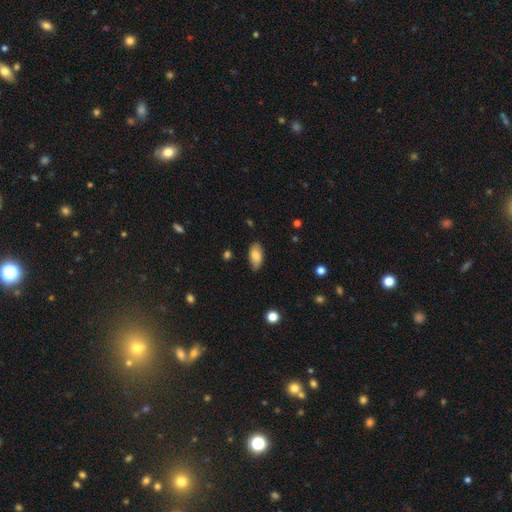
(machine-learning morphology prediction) The model was most divided on "merging": none: 82%, minor disturbance: 14%, major disturbance: 2%, merger: 1%. More confident: how rounded — in between (93%); smooth or featured — smooth (81%).